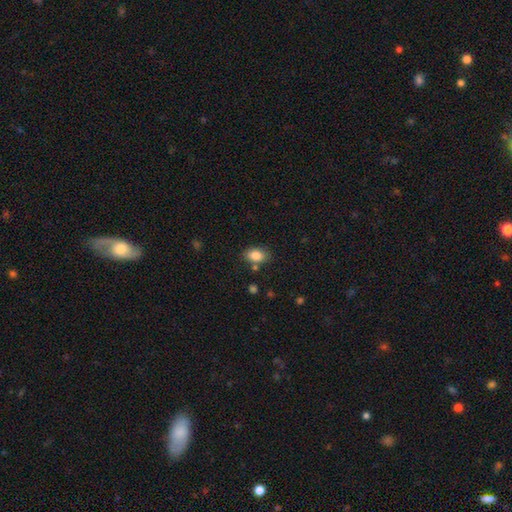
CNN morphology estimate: Overall: smooth (85%). How rounded: in between (82%). Merging: none (76%).